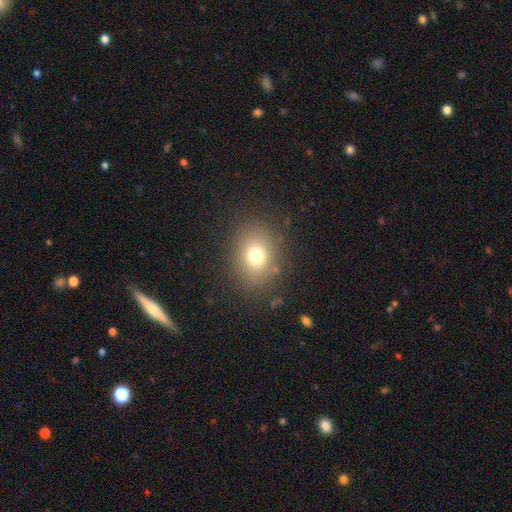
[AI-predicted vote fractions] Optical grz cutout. It shows a smooth galaxy with no disk features (74%) that is round (54%). Merging: none (83%).